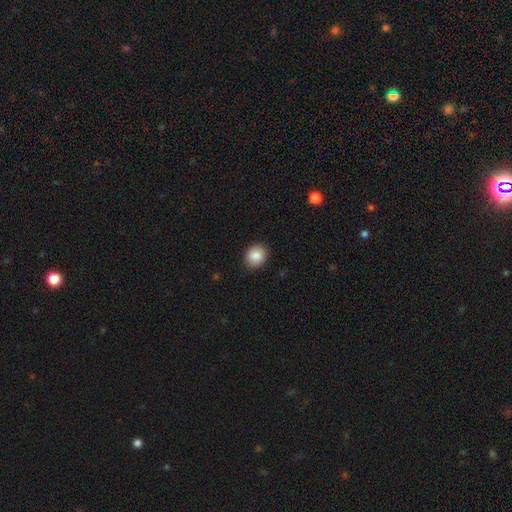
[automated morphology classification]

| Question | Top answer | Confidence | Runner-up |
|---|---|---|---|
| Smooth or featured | smooth | 88% | star or artifact (8%) |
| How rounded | round | 70% | in between (29%) |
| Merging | none | 89% | minor disturbance (8%) |